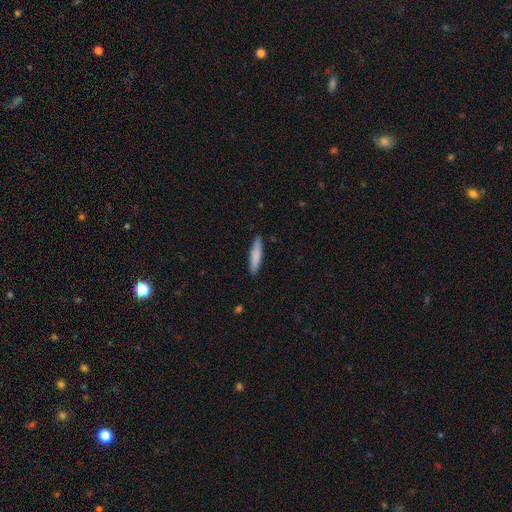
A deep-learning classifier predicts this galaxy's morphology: smooth 81%, featured or disk 14%, star or artifact 5%. Down the decision tree: how rounded — cigar-shaped (86%); merging — none (88%).